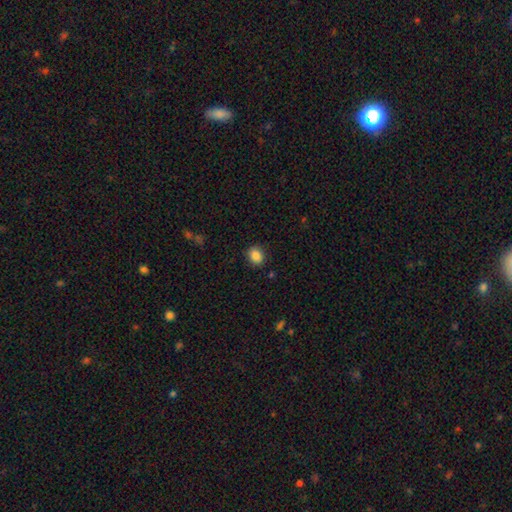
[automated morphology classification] The model was most divided on "how rounded": round: 53%, in between: 46%, cigar-shaped: 1%. More confident: smooth or featured — smooth (87%); merging — none (87%).